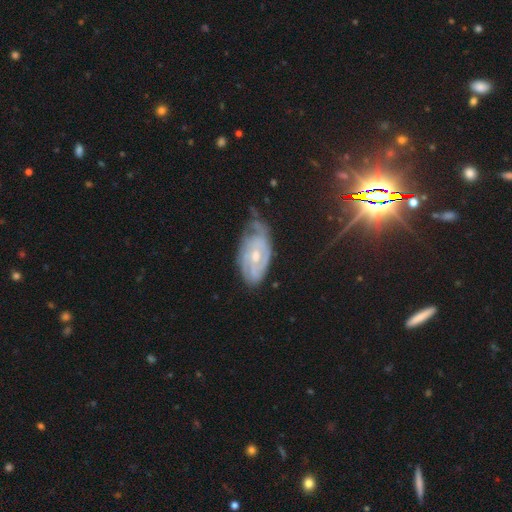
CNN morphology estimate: This appears to be a featured or disk galaxy (77%) with no bar (60%), tight (64%) spiral arms (88%) and a moderate central bulge (55%). Merging: none (47%).